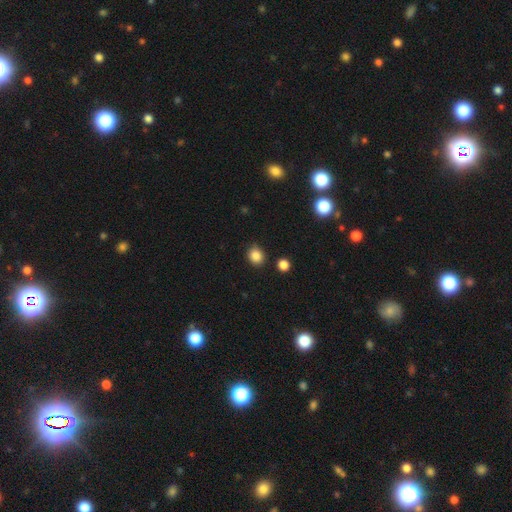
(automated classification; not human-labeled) Smooth or featured?
  - smooth: 86% *
  - star or artifact: 10%
  - featured or disk: 4%
How rounded?
  - round: 66% *
  - in between: 33%
  - cigar-shaped: 1%
Merging?
  - none: 85% *
  - minor disturbance: 10%
  - merger: 3%
  - major disturbance: 2%